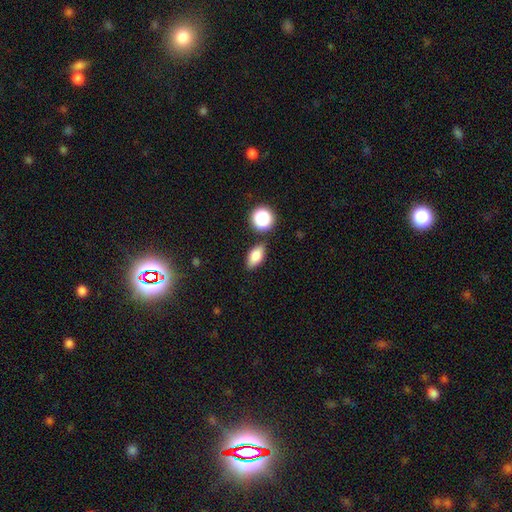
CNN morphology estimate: This is clearly a smooth galaxy (80%). How rounded: clearly in between (83%). Merging: clearly none (81%).